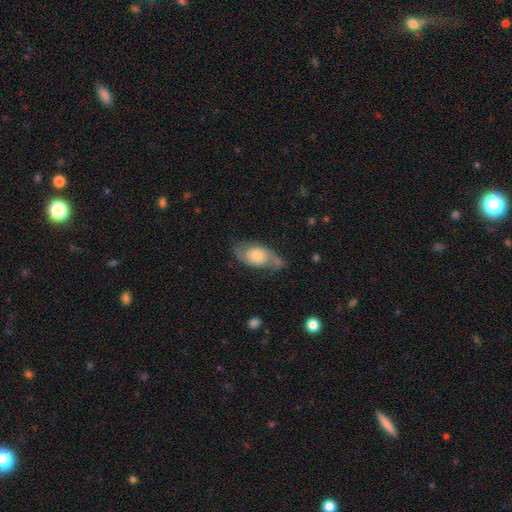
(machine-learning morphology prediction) type=featured or disk (68%); edge-on=no (90%); bar=no (72%); spiral arms=yes (89%); winding=medium (45%); arm count=2 (84%); bulge=moderate (46%); merging=none (71%).